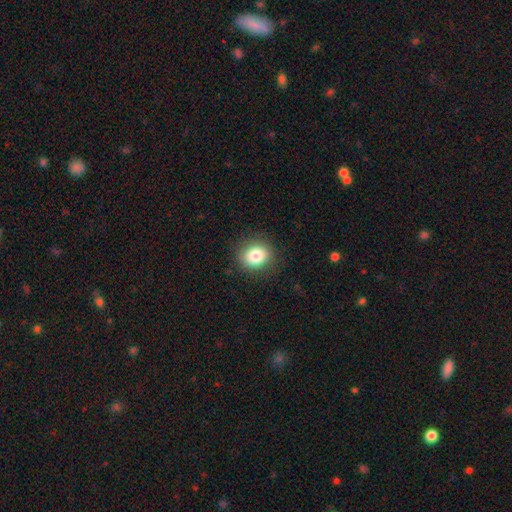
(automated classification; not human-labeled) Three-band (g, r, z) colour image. It shows a smooth galaxy with no disk features (81%) that is round (79%). Merging: none (86%).